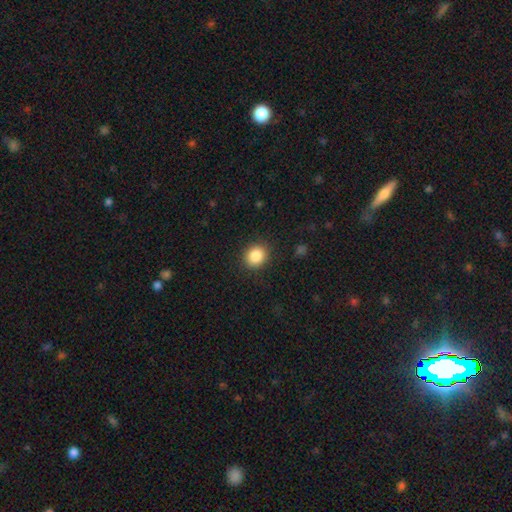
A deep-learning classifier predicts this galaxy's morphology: smooth-or-featured: smooth: 86% | star or artifact: 10% | featured or disk: 4%
  how-rounded: round: 76% | in between: 23% | cigar-shaped: 1%
  merging: none: 89% | minor disturbance: 8% | major disturbance: 3% | merger: 1%